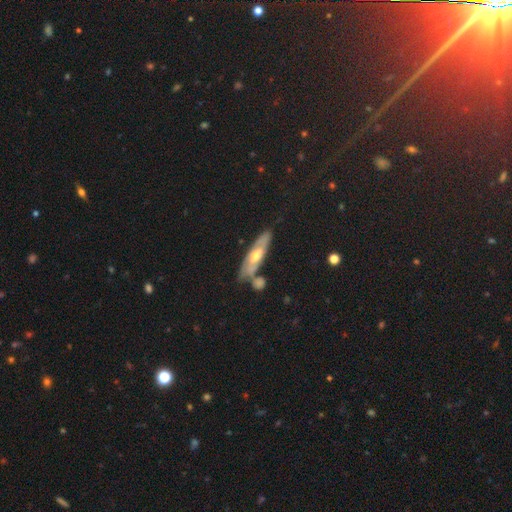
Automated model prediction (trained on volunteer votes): Smooth or featured? featured or disk (62%)
Edge-on disk? yes (54%)
Merging? none (67%)